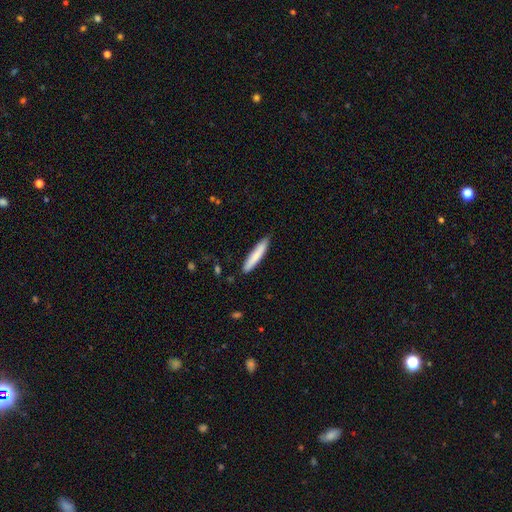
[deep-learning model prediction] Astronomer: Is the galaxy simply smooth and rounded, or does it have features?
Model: smooth — 80%.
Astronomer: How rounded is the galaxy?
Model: cigar-shaped — 90%.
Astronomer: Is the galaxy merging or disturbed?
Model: none — 85%.